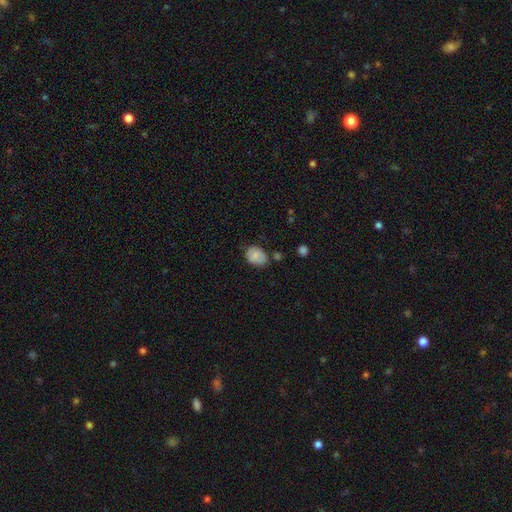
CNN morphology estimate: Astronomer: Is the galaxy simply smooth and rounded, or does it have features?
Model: smooth — 81%.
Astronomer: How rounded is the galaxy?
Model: in between — 63%.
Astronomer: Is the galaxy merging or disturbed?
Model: none — 66%.